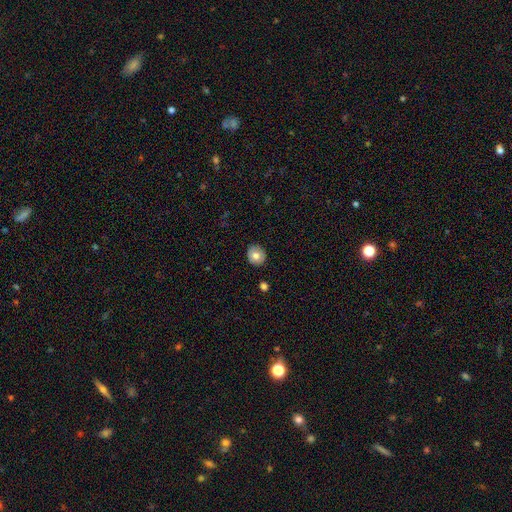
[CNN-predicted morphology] Smooth or featured? Predicted: smooth (p=0.70). How rounded? Predicted: round (p=0.81). Merging? Predicted: none (p=0.89).